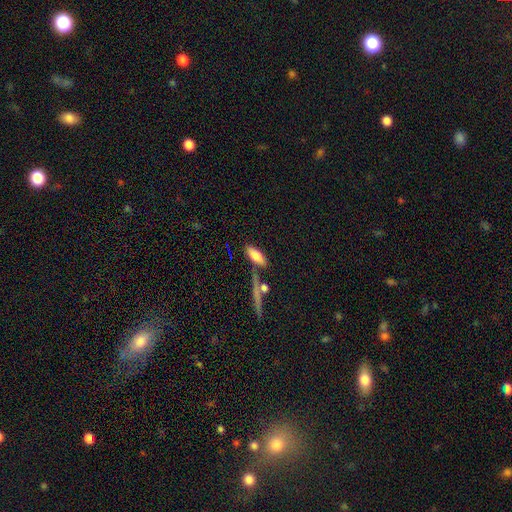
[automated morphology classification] smooth 73%, featured or disk 19%, star or artifact 8%. Down the decision tree: how rounded — in between (67%); merging — none (66%).